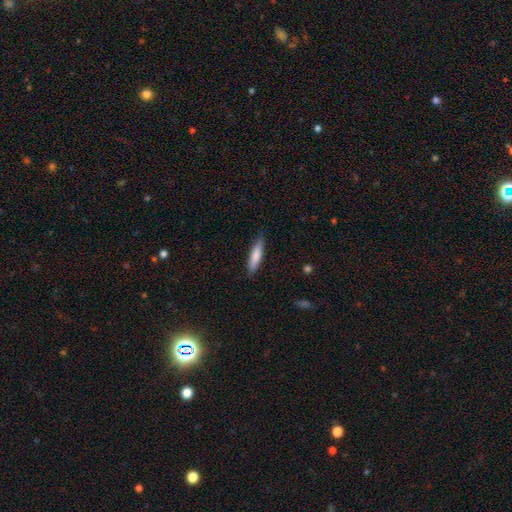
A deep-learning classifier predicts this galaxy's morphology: The model was most divided on "how rounded": cigar-shaped: 79%, in between: 20%, round: 1%. More confident: merging — none (86%); smooth or featured — smooth (79%).